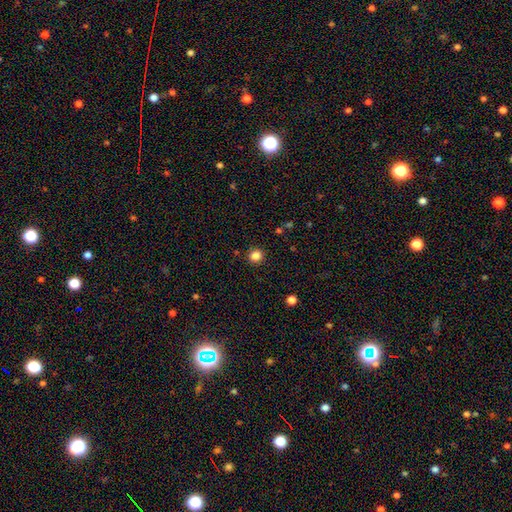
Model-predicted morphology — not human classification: This appears to be a smooth galaxy with no disk features (84%) that is round (89%). Merging: none (91%).